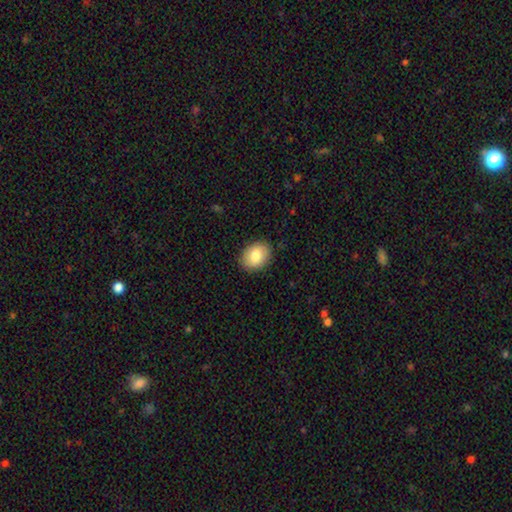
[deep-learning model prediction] smooth-or-featured: smooth: 82% | featured or disk: 10% | star or artifact: 7%
  how-rounded: in between: 66% | round: 33% | cigar-shaped: 1%
  merging: none: 88% | minor disturbance: 9% | major disturbance: 2% | merger: 1%